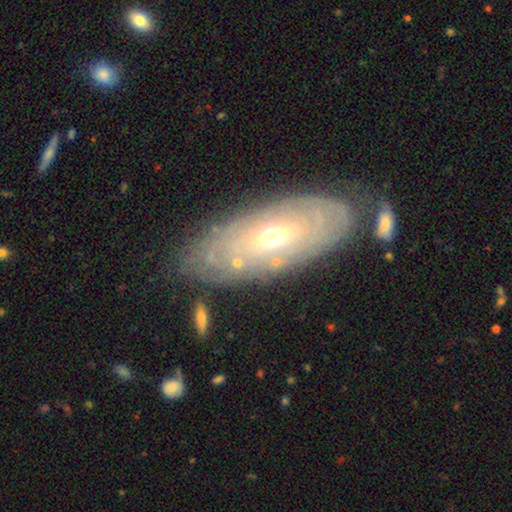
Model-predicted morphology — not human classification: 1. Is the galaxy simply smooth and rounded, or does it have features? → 77% featured or disk, 16% smooth, 8% star or artifact.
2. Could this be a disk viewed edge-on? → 85% no, 15% yes.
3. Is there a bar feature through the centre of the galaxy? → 60% no, 30% weak, 10% strong.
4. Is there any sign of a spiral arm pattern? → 80% yes, 20% no.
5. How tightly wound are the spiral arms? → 82% tight, 14% medium, 4% loose.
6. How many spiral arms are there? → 67% can't tell, 12% 2, 6% 3, 6% 4, 5% more than 4, 4% 1.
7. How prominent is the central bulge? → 53% moderate, 43% small, 2% large, 1% none, 1% dominant.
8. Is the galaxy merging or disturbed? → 82% none, 12% minor disturbance, 3% major disturbance, 3% merger.